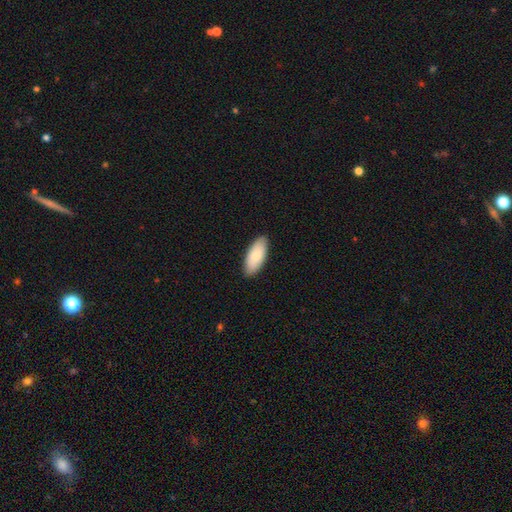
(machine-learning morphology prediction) This appears to be a smooth galaxy with no disk features (86%) that is in between round and cigar-shaped (86%). Merging: none (87%).